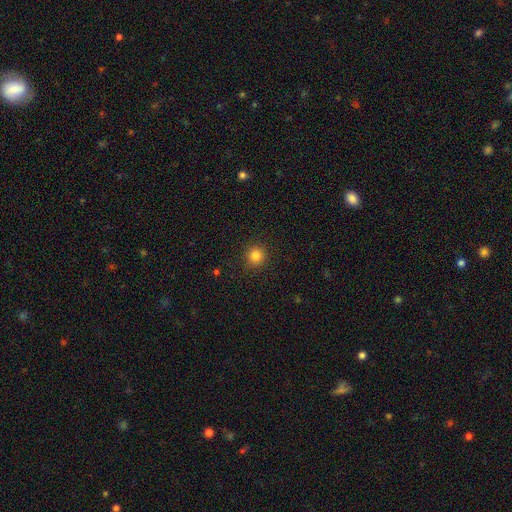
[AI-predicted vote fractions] A smooth galaxy with no disk features (84%) that is round (92%).

Vote fractions:
- Smooth or featured? smooth: 84% / star or artifact: 12% / featured or disk: 4%
- How rounded? round: 92% / in between: 7% / cigar-shaped: 1%
- Merging? none: 91% / minor disturbance: 6% / major disturbance: 2% / merger: 1%